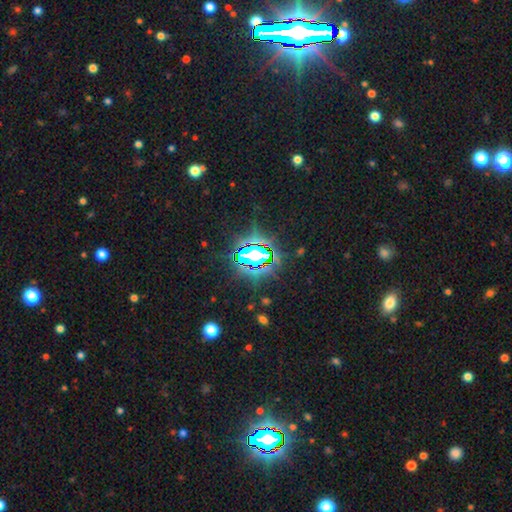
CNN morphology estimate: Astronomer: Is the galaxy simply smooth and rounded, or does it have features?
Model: star or artifact — 81%.